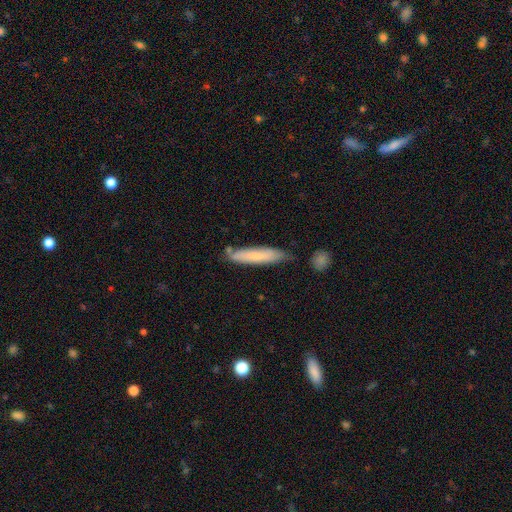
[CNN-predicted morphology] Overall: smooth (69%). How rounded: cigar-shaped (88%). Merging: none (74%).